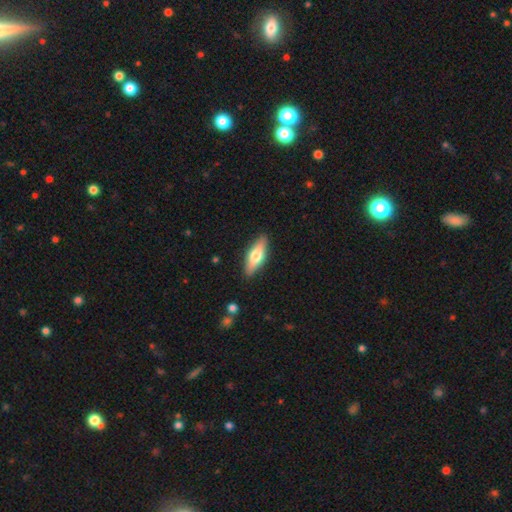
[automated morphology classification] This is possibly a smooth galaxy (56%). How rounded: possibly in between (55%). Merging: clearly none (88%).